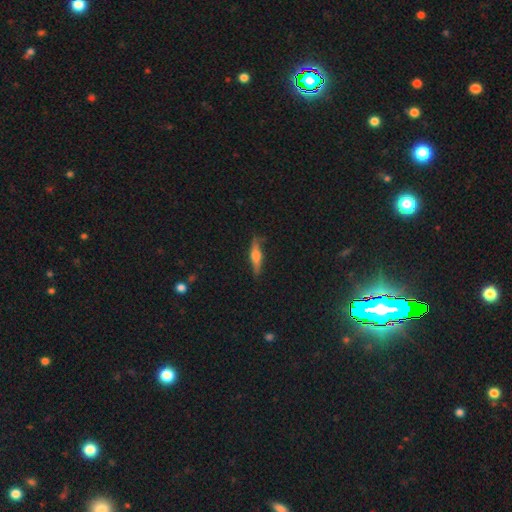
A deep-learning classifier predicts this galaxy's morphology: featured or disk 58%, smooth 36%, star or artifact 7%. Down the decision tree: edge-on disk — yes (94%); edge-on bulge — rounded (89%); merging — none (83%).